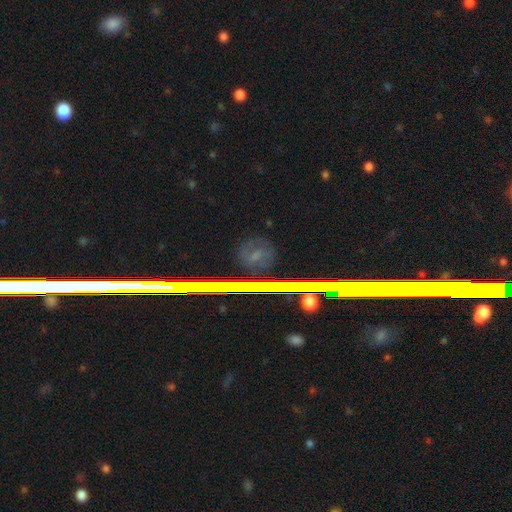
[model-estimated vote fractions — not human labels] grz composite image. It shows a star or artifact, not a galaxy (46%).